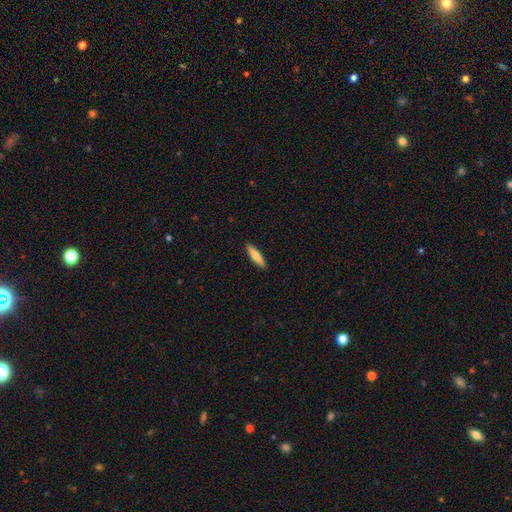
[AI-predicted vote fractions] Smooth or featured? smooth (74%)
How rounded? cigar-shaped (79%)
Merging? none (91%)